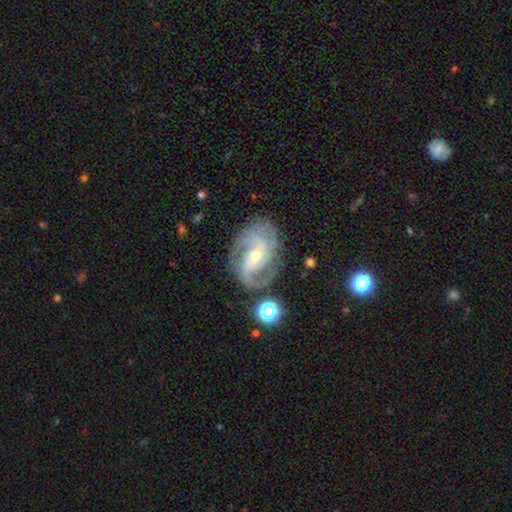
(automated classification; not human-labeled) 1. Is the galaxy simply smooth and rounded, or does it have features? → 90% featured or disk, 5% star or artifact, 5% smooth.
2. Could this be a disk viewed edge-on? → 97% no, 3% yes.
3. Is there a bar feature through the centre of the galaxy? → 42% weak, 36% no, 22% strong.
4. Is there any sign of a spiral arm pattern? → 98% yes, 2% no.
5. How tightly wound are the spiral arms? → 48% medium, 42% tight, 10% loose.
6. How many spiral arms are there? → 42% 2, 36% 3, 9% can't tell, 6% 4, 4% 1, 4% more than 4.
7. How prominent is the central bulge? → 51% small, 46% moderate, 2% large, 1% none, 1% dominant.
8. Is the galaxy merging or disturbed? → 76% none, 16% minor disturbance, 6% major disturbance, 2% merger.